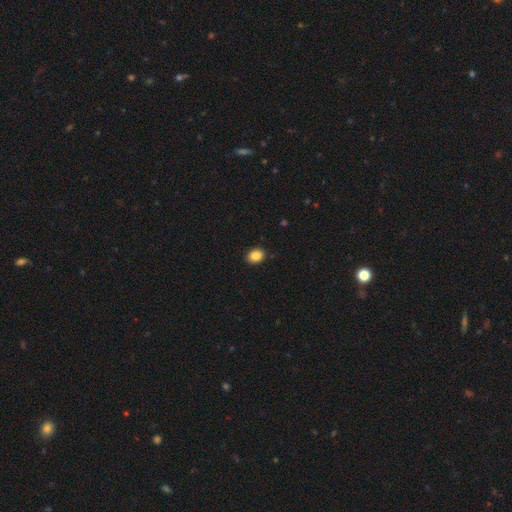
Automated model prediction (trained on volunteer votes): This appears to be a smooth galaxy with no disk features (87%) that is in between round and cigar-shaped (52%). Merging: none (90%).